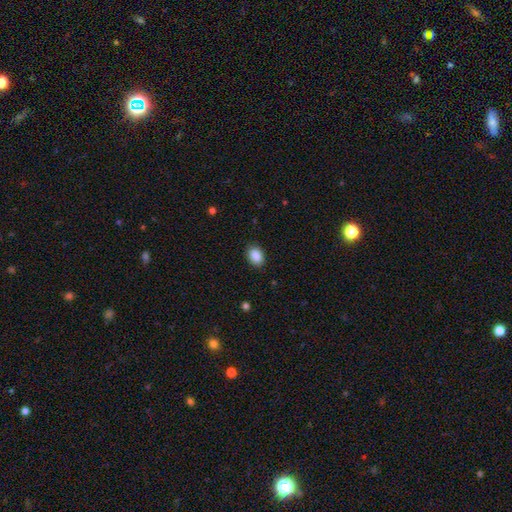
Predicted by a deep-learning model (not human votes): smooth-or-featured: smooth: 89% | star or artifact: 8% | featured or disk: 3%
  how-rounded: in between: 73% | round: 26% | cigar-shaped: 1%
  merging: none: 88% | minor disturbance: 9% | major disturbance: 2% | merger: 1%